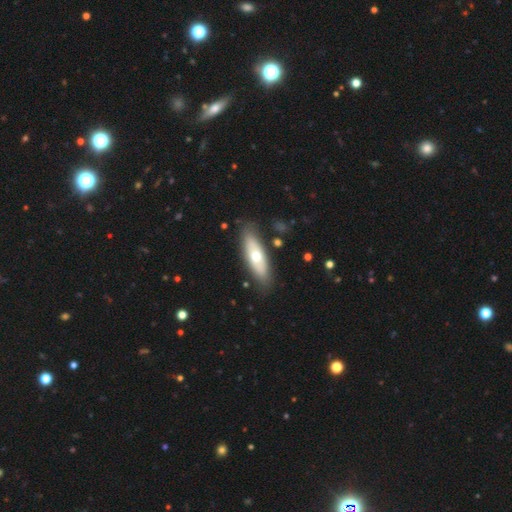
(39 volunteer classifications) A smooth galaxy with no disk features (69%) that is cigar-shaped (63%). Merging: none (89%).